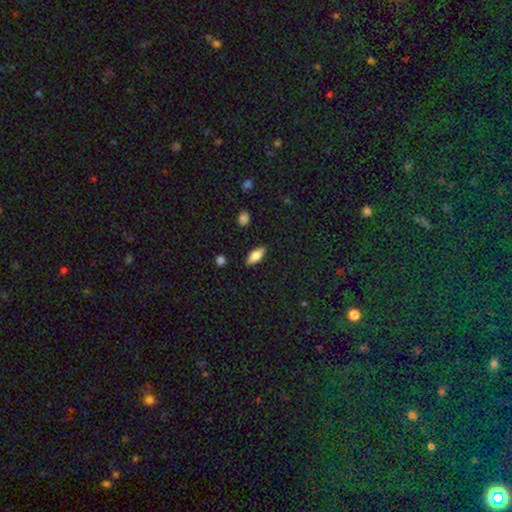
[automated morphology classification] smooth-or-featured: smooth: 72% | featured or disk: 21% | star or artifact: 7%
  how-rounded: in between: 77% | cigar-shaped: 21% | round: 3%
  merging: none: 87% | minor disturbance: 10% | major disturbance: 2% | merger: 1%